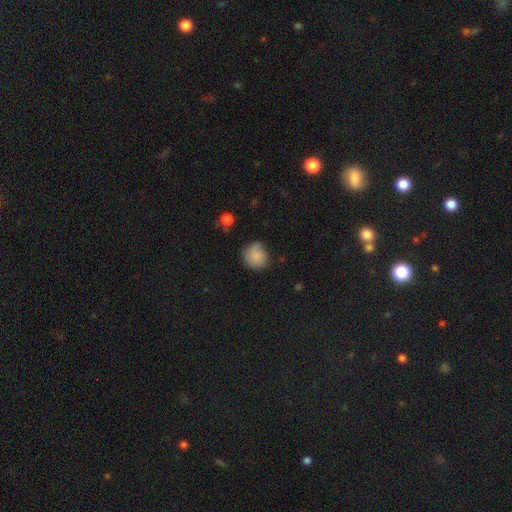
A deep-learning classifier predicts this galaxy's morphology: This appears to be a smooth galaxy with no disk features (83%) that is round (80%). Merging: none (59%).